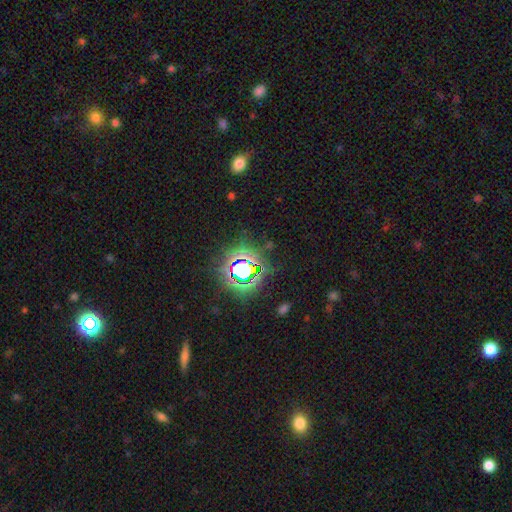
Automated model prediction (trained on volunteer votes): This appears to be a star or artifact, not a galaxy (80%).